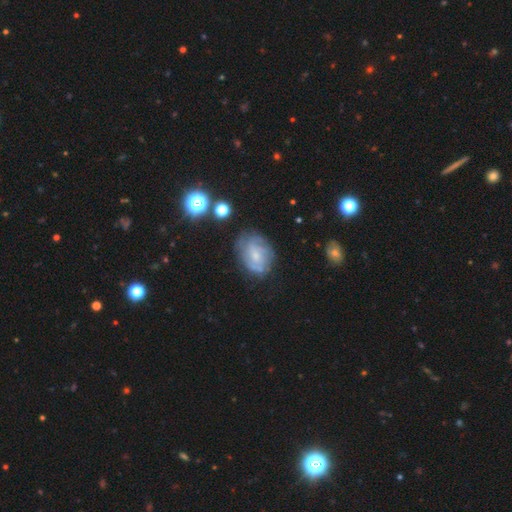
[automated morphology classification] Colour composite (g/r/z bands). It shows a featured or disk galaxy (60%) with no bar (61%), spiral arms (74%) and a small central bulge (60%). Merging: none (65%).